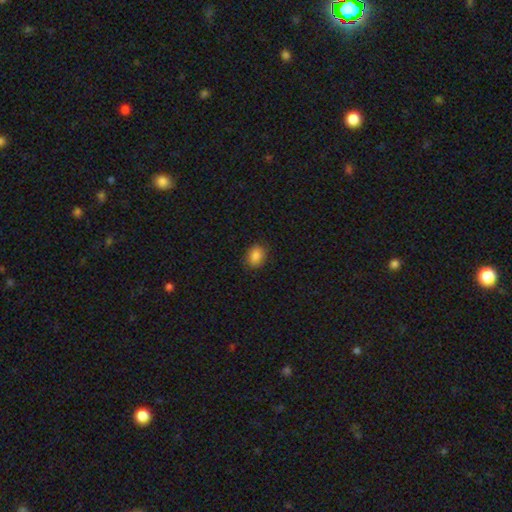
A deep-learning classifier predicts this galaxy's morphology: Smooth or featured?
  - smooth: 86% *
  - star or artifact: 9%
  - featured or disk: 5%
How rounded?
  - in between: 55% *
  - round: 44%
  - cigar-shaped: 1%
Merging?
  - none: 83% *
  - minor disturbance: 13%
  - major disturbance: 3%
  - merger: 1%